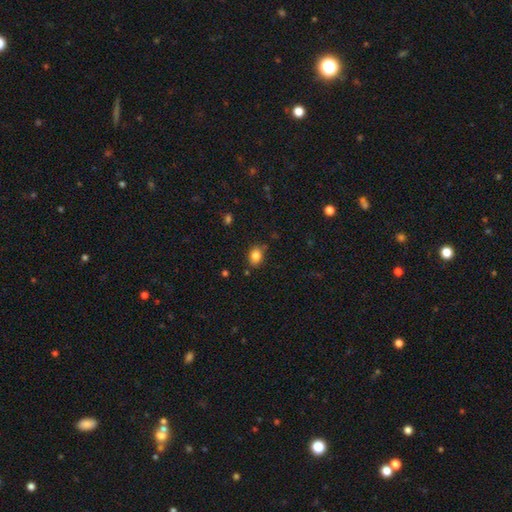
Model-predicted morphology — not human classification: smooth 82%, star or artifact 10%, featured or disk 7%. Down the decision tree: how rounded — in between (61%); merging — none (80%).